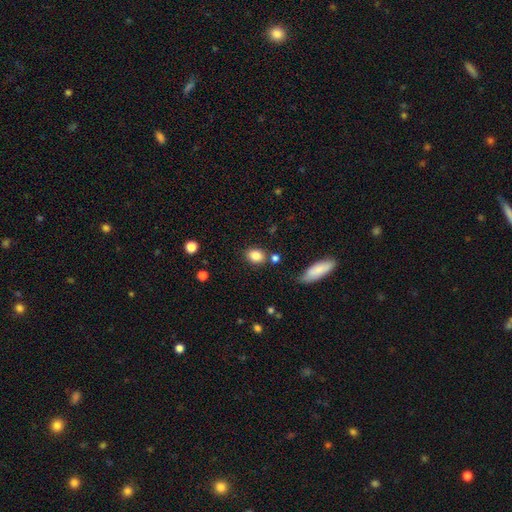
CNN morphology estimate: Smooth or featured? smooth (84%)
How rounded? in between (56%)
Merging? none (78%)